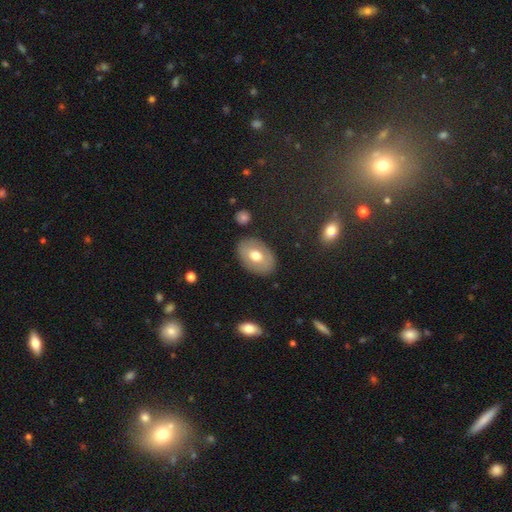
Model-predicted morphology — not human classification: This appears to be a smooth galaxy with no disk features (57%) that is in between round and cigar-shaped (84%). Merging: none (83%).